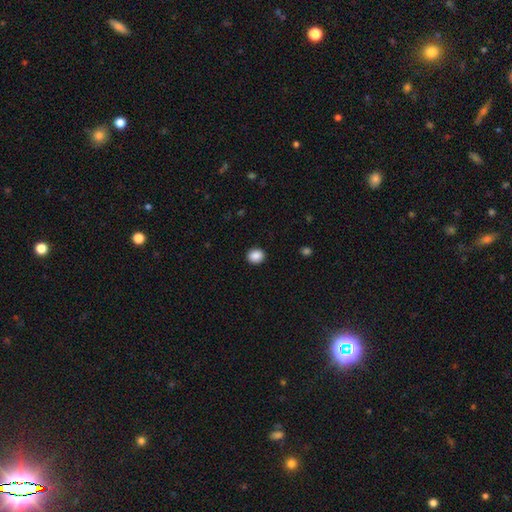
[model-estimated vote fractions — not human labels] A smooth galaxy with no disk features (89%) that is round (71%). Merging: none (91%).